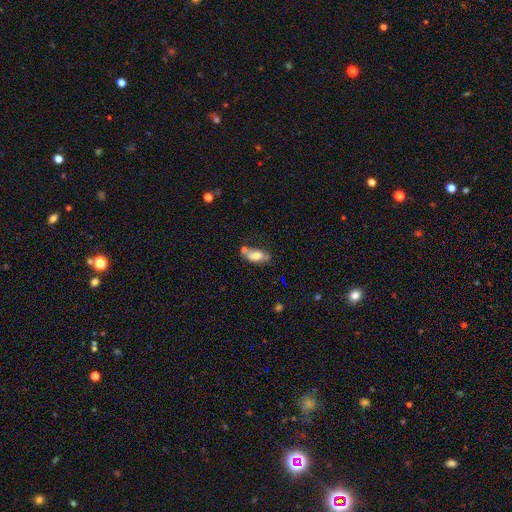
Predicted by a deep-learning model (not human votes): smooth-or-featured: smooth: 65% | featured or disk: 26% | star or artifact: 8%
  how-rounded: in between: 84% | cigar-shaped: 12% | round: 4%
  merging: none: 47% | merger: 24% | minor disturbance: 21% | major disturbance: 8%